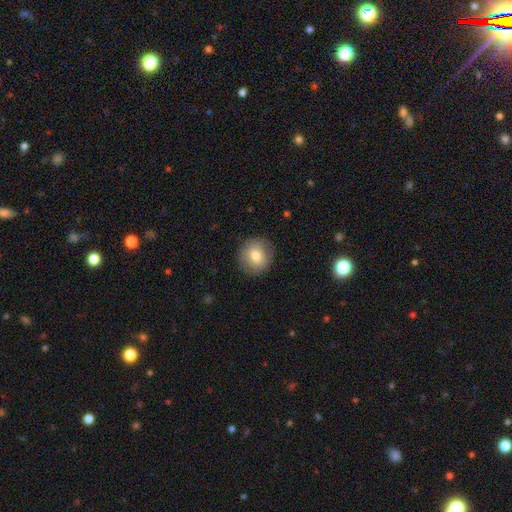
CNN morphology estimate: This is likely a smooth galaxy (72%). How rounded: clearly round (89%). Merging: clearly none (85%).